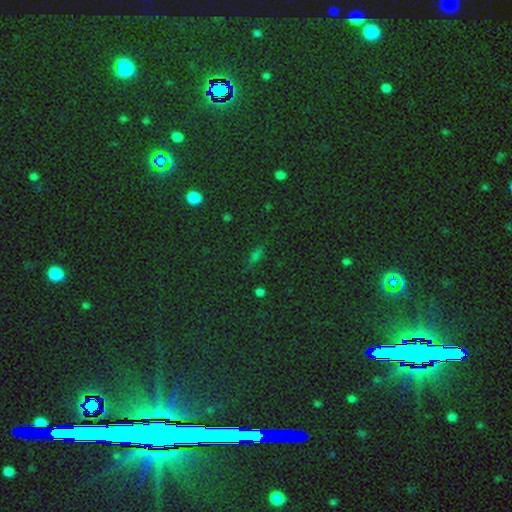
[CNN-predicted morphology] smooth-or-featured: star or artifact: 76% | smooth: 15% | featured or disk: 8%